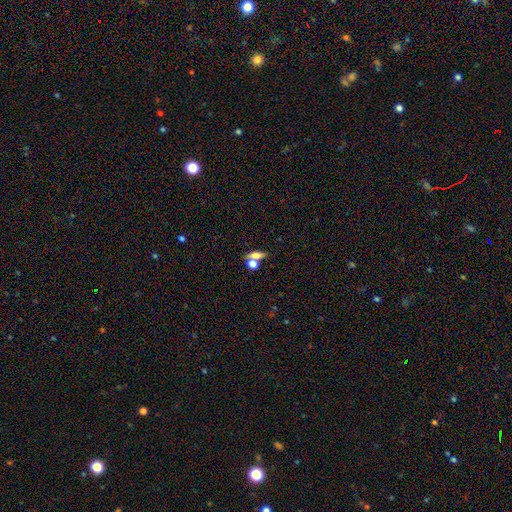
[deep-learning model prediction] Smooth or featured? smooth (65%)
How rounded? in between (48%)
Merging? none (53%)